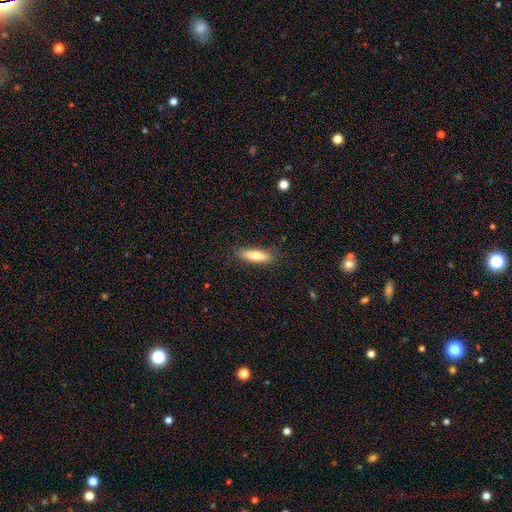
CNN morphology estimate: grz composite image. It shows a smooth galaxy with no disk features (73%) that is cigar-shaped (57%). Merging: none (86%).